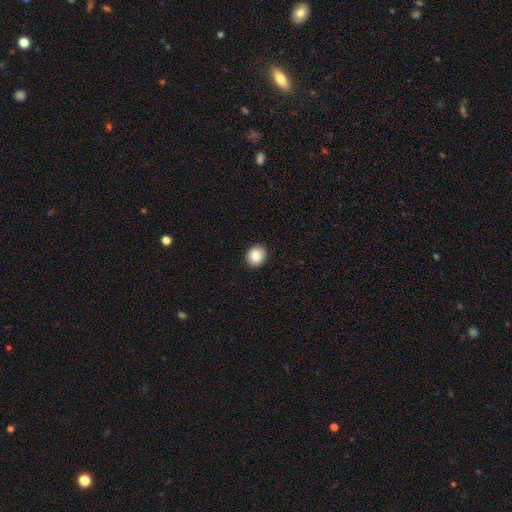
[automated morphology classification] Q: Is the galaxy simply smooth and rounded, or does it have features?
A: smooth — 86%.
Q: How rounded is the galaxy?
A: round — 69%.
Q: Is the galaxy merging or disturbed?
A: none — 90%.